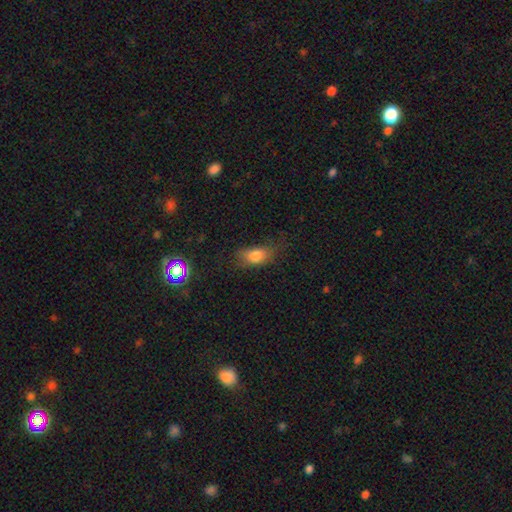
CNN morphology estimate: Q: Smooth or featured?
A: smooth (77%); runner-up: star or artifact (12%)
Q: How rounded?
A: in between (81%); runner-up: round (13%)
Q: Merging?
A: none (53%); runner-up: minor disturbance (28%)